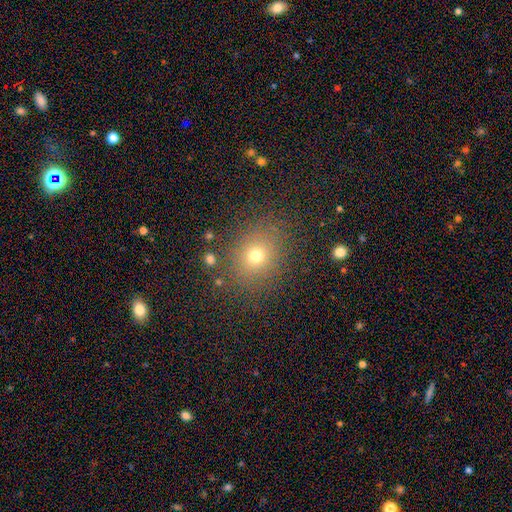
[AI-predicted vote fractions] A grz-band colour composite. It shows a smooth galaxy with no disk features (69%) that is round (67%). Merging: none (83%).